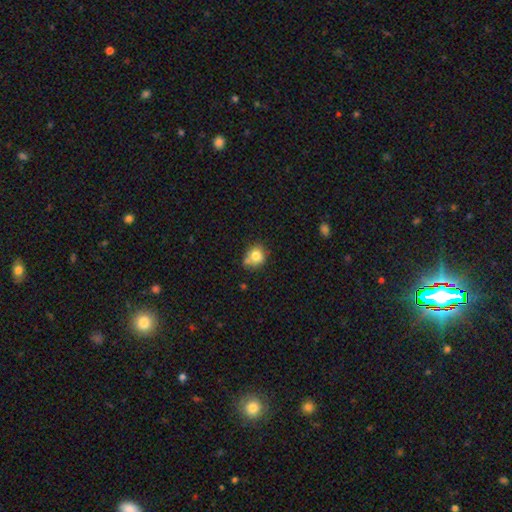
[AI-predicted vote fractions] Overall: smooth (77%). How rounded: round (72%). Merging: none (56%; minor disturbance 21%).